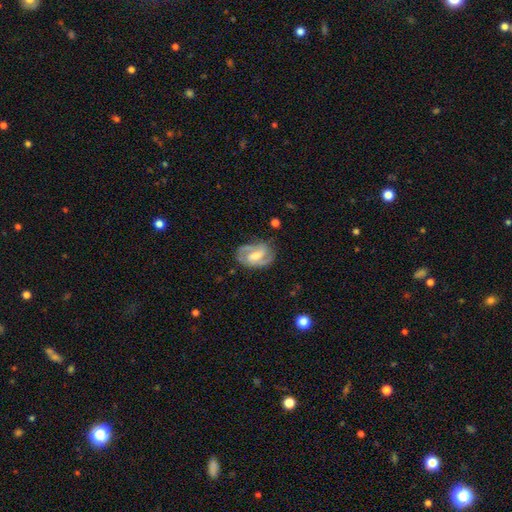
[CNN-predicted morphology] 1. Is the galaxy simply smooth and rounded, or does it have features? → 81% featured or disk, 14% smooth, 5% star or artifact.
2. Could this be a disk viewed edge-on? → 97% no, 3% yes.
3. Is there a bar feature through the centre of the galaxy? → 50% weak, 31% strong, 20% no.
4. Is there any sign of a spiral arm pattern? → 93% yes, 7% no.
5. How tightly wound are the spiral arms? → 49% medium, 35% tight, 15% loose.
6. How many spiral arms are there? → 79% 2, 8% can't tell, 7% 3, 3% 1, 2% 4, 1% more than 4.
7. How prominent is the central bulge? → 52% moderate, 30% small, 10% large, 6% none, 1% dominant.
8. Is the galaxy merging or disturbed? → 73% none, 18% minor disturbance, 7% major disturbance, 2% merger.